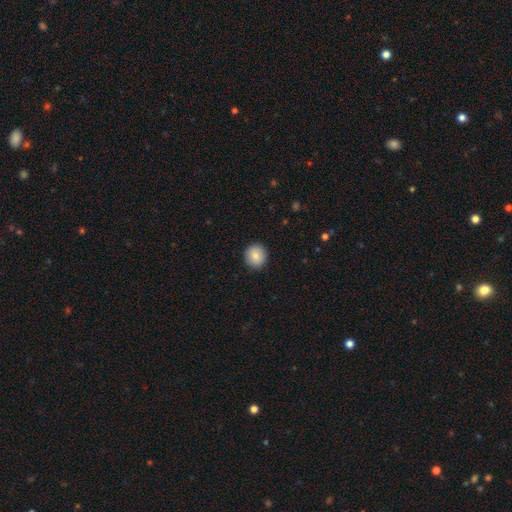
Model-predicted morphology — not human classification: Q: Smooth or featured?
A: smooth (83%); runner-up: featured or disk (9%)
Q: How rounded?
A: round (92%); runner-up: in between (7%)
Q: Merging?
A: none (92%); runner-up: minor disturbance (6%)